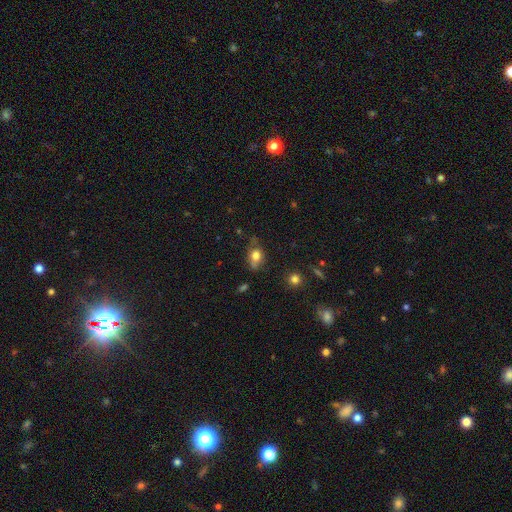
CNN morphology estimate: Smooth or featured: smooth — 73% (featured or disk — 15%)
How rounded: in between — 62% (round — 35%)
Merging: none — 55% (minor disturbance — 30%)